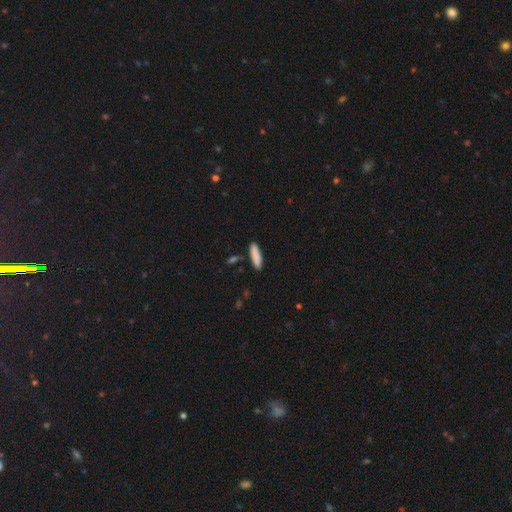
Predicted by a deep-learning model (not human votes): A smooth galaxy with no disk features (87%) that is cigar-shaped (69%).

Vote fractions:
- Smooth or featured? smooth: 87% / featured or disk: 7% / star or artifact: 6%
- How rounded? cigar-shaped: 69% / in between: 30% / round: 2%
- Merging? none: 85% / minor disturbance: 9% / merger: 4% / major disturbance: 2%